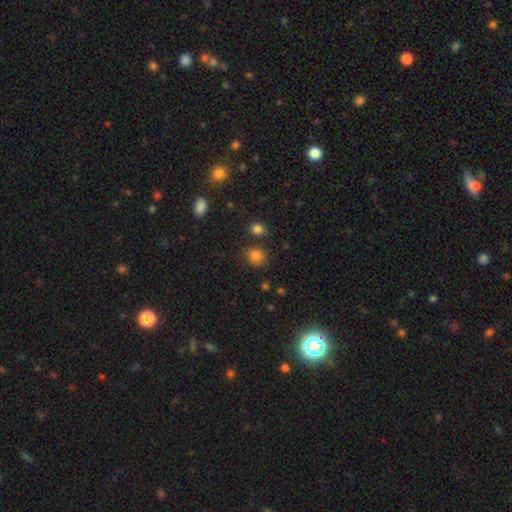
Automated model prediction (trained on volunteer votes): Smooth or featured? Predicted: smooth (p=0.82). How rounded? Predicted: round (p=0.85). Merging? Predicted: none (p=0.80).